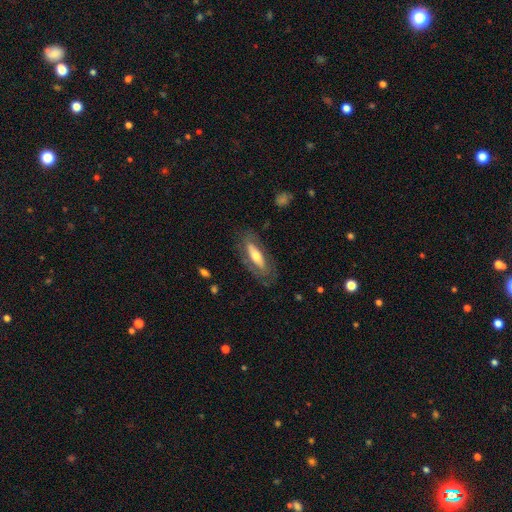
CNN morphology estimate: Smooth or featured?
  - featured or disk: 49% *
  - smooth: 45%
  - star or artifact: 6%
Merging?
  - none: 76% *
  - minor disturbance: 15%
  - major disturbance: 8%
  - merger: 1%